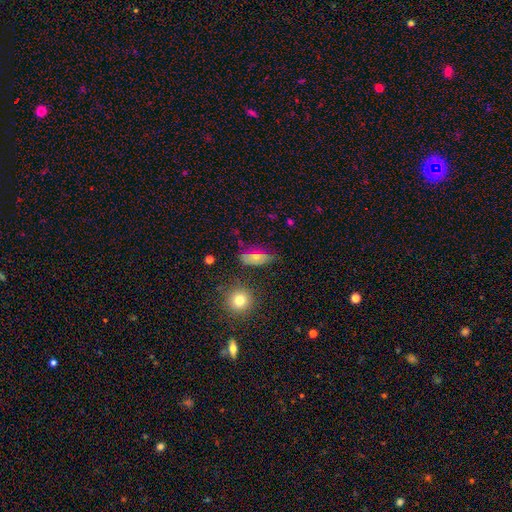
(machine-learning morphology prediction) This appears to be a smooth galaxy with no disk features (44%). Merging: none (71%).